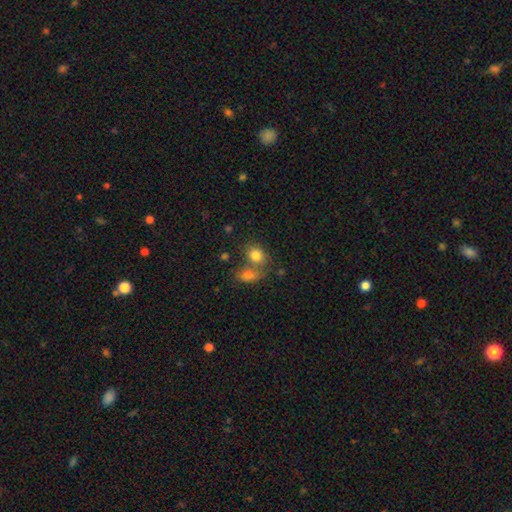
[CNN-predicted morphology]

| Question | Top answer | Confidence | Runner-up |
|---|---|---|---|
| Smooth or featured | smooth | 81% | star or artifact (10%) |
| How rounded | round | 49% | tied: in between (49%) |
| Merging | none | 44% | merger (40%) |